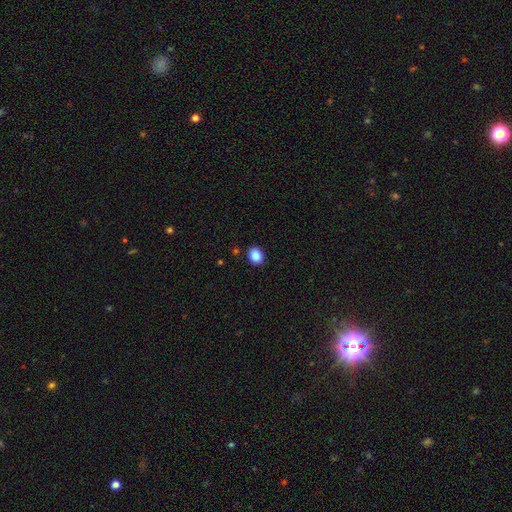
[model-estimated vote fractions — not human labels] This is clearly a smooth galaxy (88%). How rounded: likely round (61%). Merging: clearly none (90%).